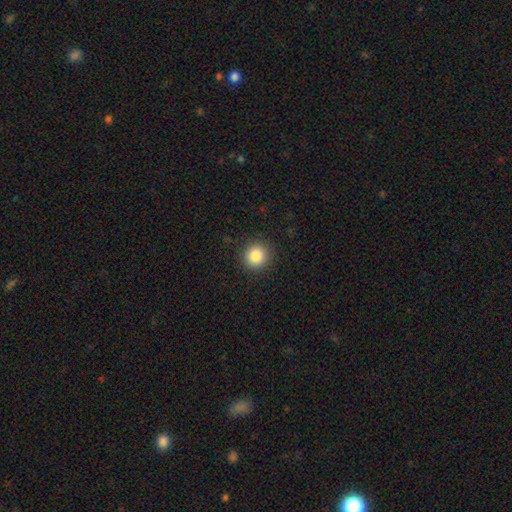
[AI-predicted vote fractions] A smooth galaxy with no disk features (85%) that is round (92%). Merging: none (91%).